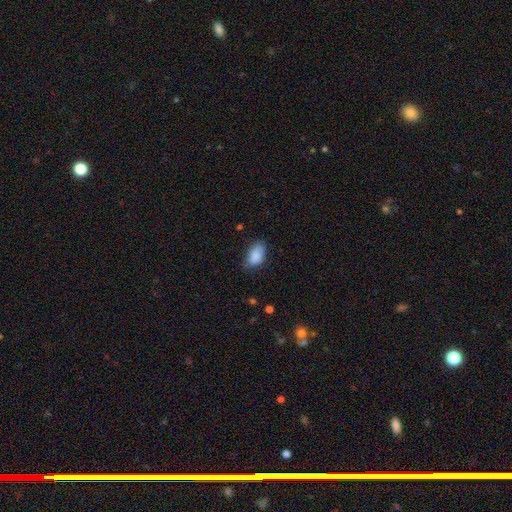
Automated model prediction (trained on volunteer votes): A smooth galaxy with no disk features (85%) that is in between round and cigar-shaped (91%).

Vote fractions:
- Smooth or featured? smooth: 85% / featured or disk: 8% / star or artifact: 7%
- How rounded? in between: 91% / round: 7% / cigar-shaped: 2%
- Merging? none: 61% / minor disturbance: 31% / major disturbance: 7% / merger: 2%